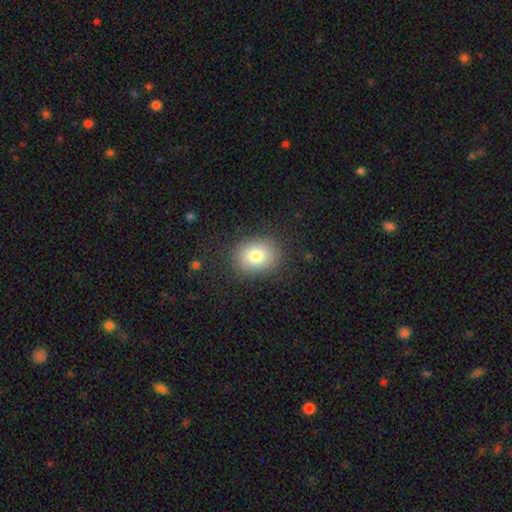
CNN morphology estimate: This is clearly a smooth galaxy (83%). How rounded: possibly in between (54%). Merging: clearly none (85%).